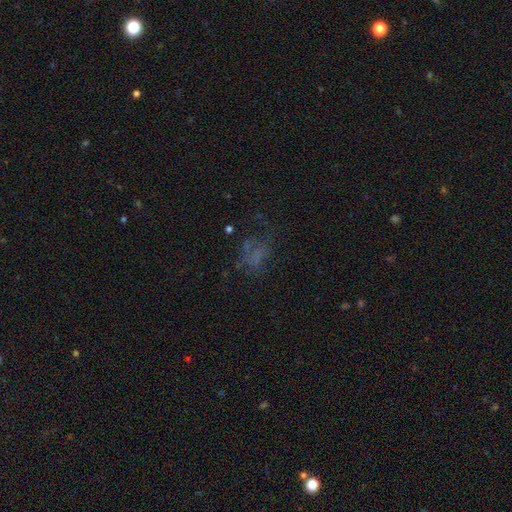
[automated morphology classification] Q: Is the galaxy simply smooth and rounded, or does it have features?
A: smooth — 38%.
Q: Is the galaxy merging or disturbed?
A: none — 45%.